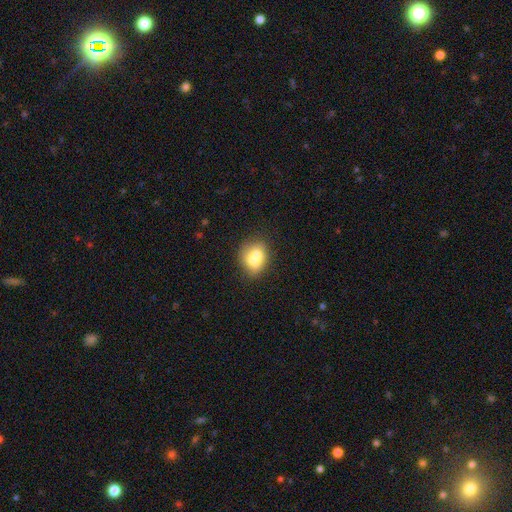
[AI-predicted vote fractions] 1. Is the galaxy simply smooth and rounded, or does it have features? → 70% smooth, 21% featured or disk, 9% star or artifact.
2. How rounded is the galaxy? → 53% in between, 45% round, 2% cigar-shaped.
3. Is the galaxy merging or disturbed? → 43% merger, 38% none, 14% minor disturbance, 5% major disturbance.